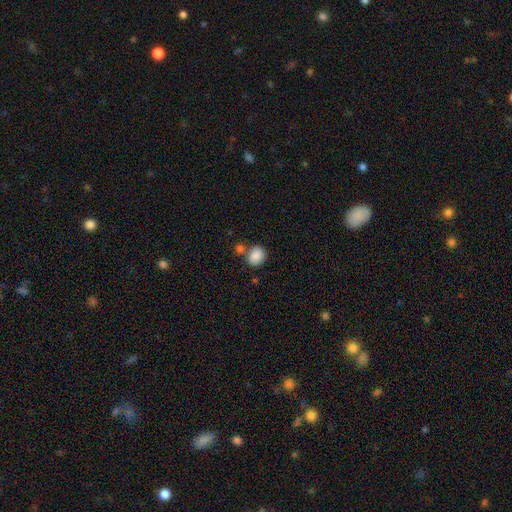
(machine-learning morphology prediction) This is clearly a smooth galaxy (87%). How rounded: likely round (65%). Merging: likely none (63%).